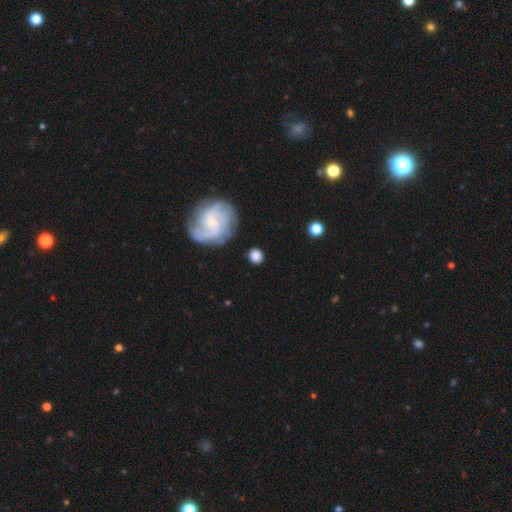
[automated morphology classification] This appears to be a smooth galaxy with no disk features (59%) that is round (80%). Merging: none (82%).